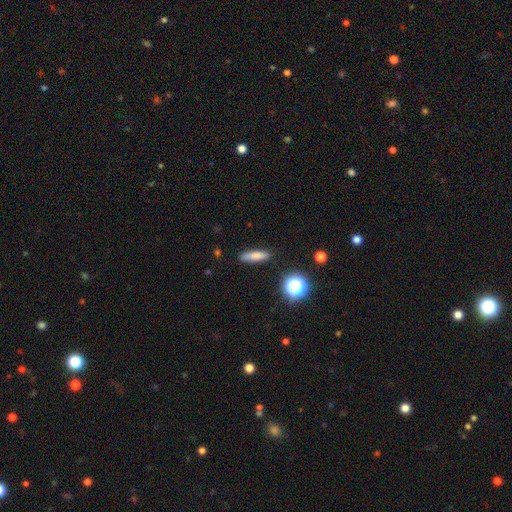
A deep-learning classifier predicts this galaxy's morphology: A smooth galaxy with no disk features (76%) that is cigar-shaped (68%).

Vote fractions:
- Smooth or featured? smooth: 76% / featured or disk: 13% / star or artifact: 11%
- How rounded? cigar-shaped: 68% / in between: 26% / round: 6%
- Merging? none: 86% / minor disturbance: 10% / major disturbance: 2% / merger: 2%